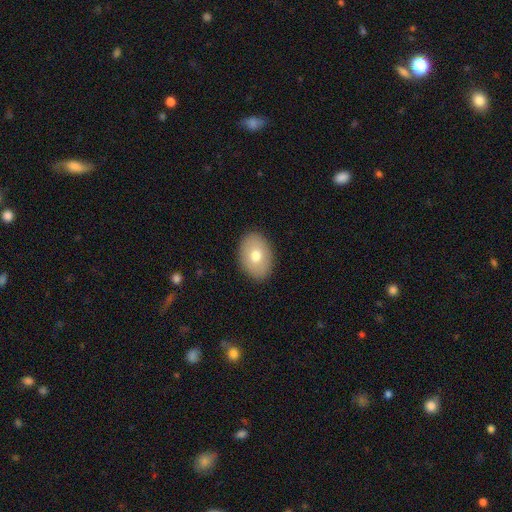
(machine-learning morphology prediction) This appears to be a smooth galaxy with no disk features (72%) that is in between round and cigar-shaped (79%). Merging: none (88%).